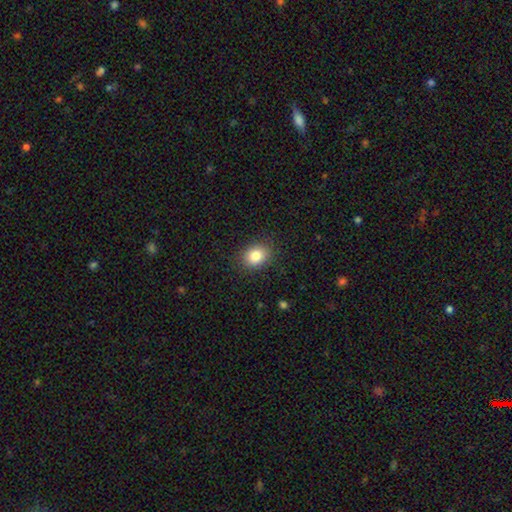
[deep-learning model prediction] smooth 84%, star or artifact 10%, featured or disk 7%. Down the decision tree: how rounded — in between (51%); merging — none (87%).